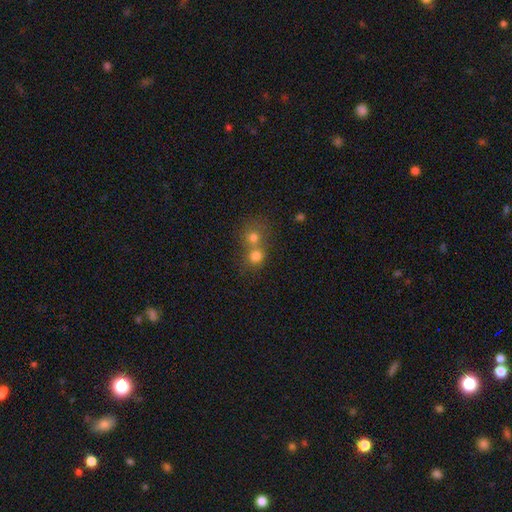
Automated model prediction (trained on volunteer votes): Q: Smooth or featured?
A: smooth (74%); runner-up: star or artifact (14%)
Q: How rounded?
A: round (81%); runner-up: in between (18%)
Q: Merging?
A: merger (56%); runner-up: none (35%)